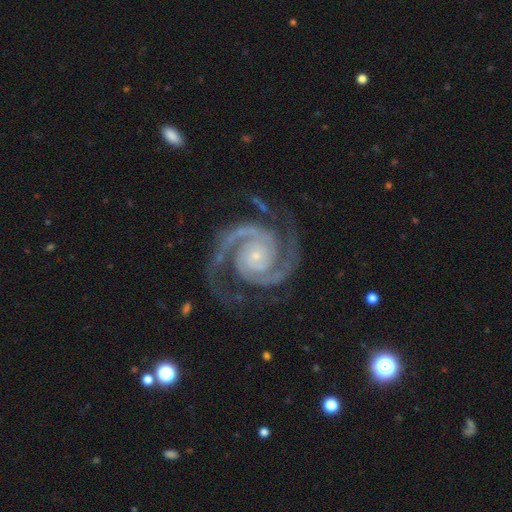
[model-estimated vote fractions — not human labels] Morphology: type=featured or disk (94%); edge-on=no (98%); bar=no (74%); spiral arms=yes (99%); winding=tight (57%); arm count=2 (94%); bulge=small (79%); merging=none (81%).